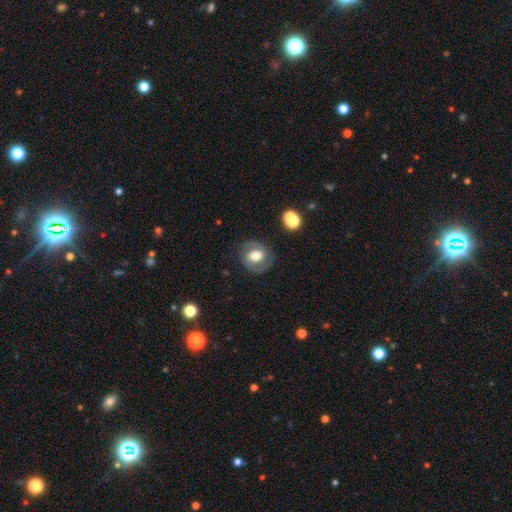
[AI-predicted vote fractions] Q: Smooth or featured?
A: featured or disk (61%); runner-up: smooth (32%)
Q: Edge-on disk?
A: no (97%); runner-up: yes (3%)
Q: Bar?
A: no (43%); runner-up: weak (39%)
Q: Spiral arms?
A: yes (73%); runner-up: no (27%)
Q: Bulge size?
A: moderate (55%); runner-up: large (33%)
Q: Merging?
A: none (79%); runner-up: minor disturbance (13%)